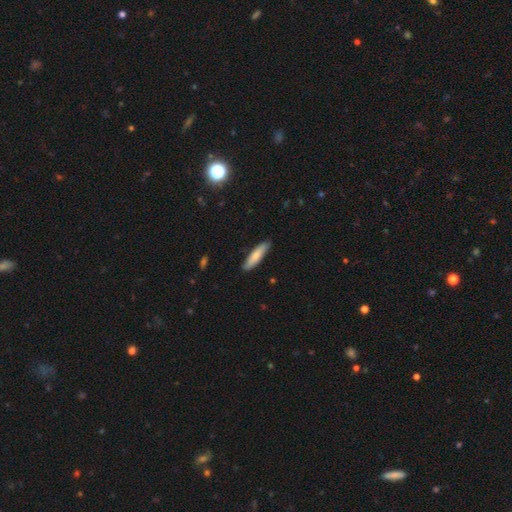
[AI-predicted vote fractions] Smooth or featured: smooth — 77% (featured or disk — 18%)
How rounded: cigar-shaped — 74% (in between — 24%)
Merging: none — 86% (minor disturbance — 11%)